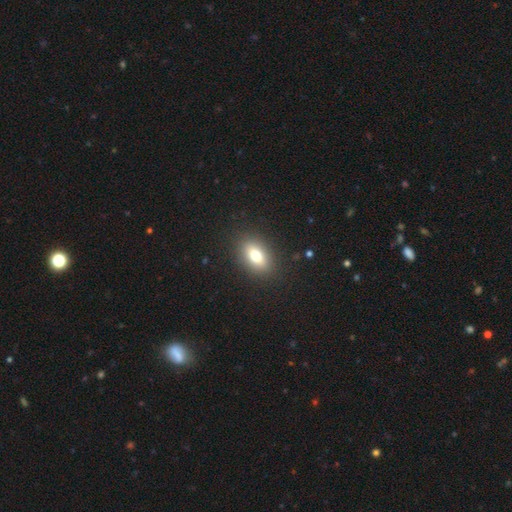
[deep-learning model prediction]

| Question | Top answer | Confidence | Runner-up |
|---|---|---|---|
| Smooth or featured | smooth | 76% | featured or disk (14%) |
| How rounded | in between | 84% | round (12%) |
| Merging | none | 88% | minor disturbance (8%) |